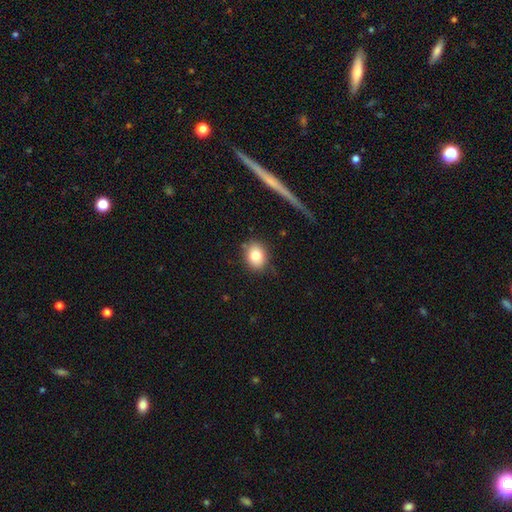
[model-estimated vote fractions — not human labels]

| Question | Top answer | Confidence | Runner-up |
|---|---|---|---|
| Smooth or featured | smooth | 80% | featured or disk (11%) |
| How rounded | round | 52% | in between (46%) |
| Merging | none | 81% | minor disturbance (13%) |